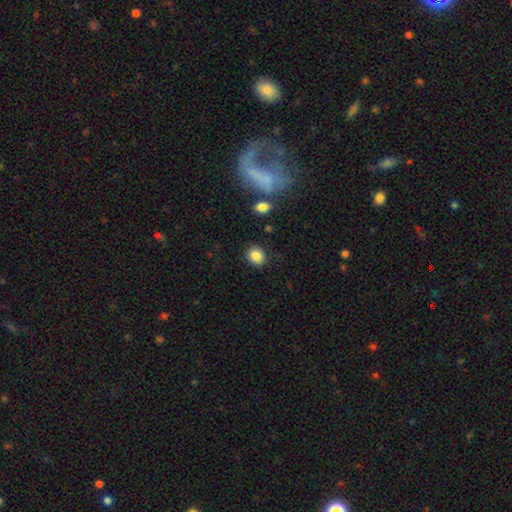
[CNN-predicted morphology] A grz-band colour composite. It shows a smooth galaxy with no disk features (86%) that is round (64%). Merging: none (86%).